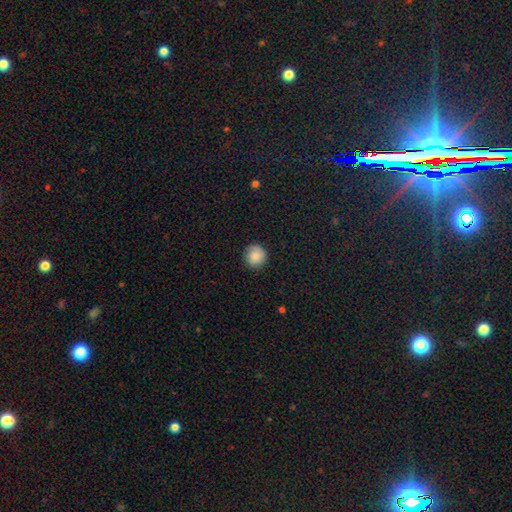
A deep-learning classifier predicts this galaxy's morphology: type=smooth (86%); roundness=round (93%); merging=none (86%).